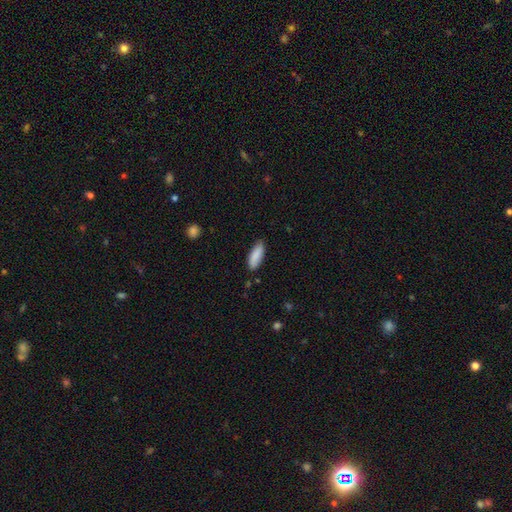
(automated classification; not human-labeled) Smooth or featured?
  - smooth: 88% *
  - featured or disk: 6%
  - star or artifact: 6%
How rounded?
  - in between: 66% *
  - cigar-shaped: 33%
  - round: 2%
Merging?
  - none: 83% *
  - minor disturbance: 13%
  - major disturbance: 2%
  - merger: 1%